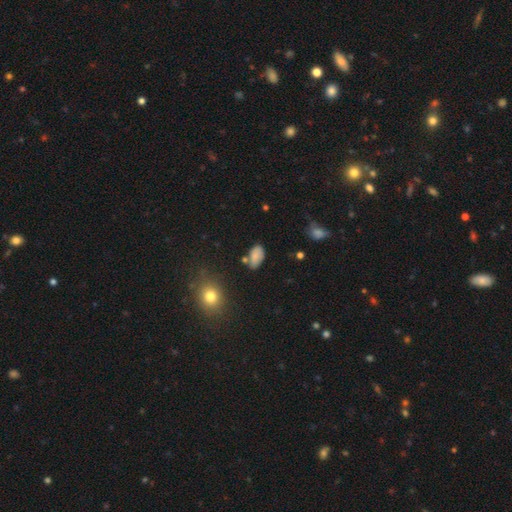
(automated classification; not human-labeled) Morphology: type=smooth (77%); roundness=in between (92%); merging=none (65%).